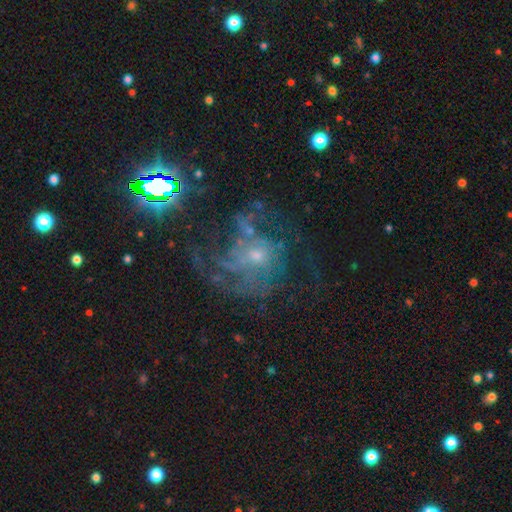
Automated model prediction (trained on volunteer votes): Smooth or featured? Predicted: featured or disk (p=0.69). Edge-on disk? Predicted: no (p=0.97). Bar? Predicted: no (p=0.80). Spiral arms? Predicted: yes (p=0.74). Bulge size? Predicted: small (p=0.56). Merging? Predicted: none (p=0.47).